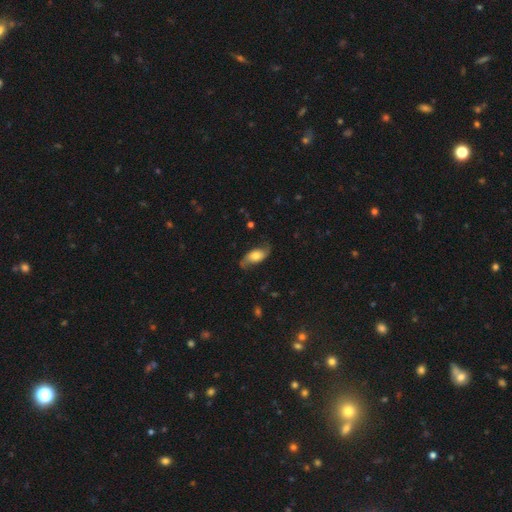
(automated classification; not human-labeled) Smooth or featured?
  - featured or disk: 59% *
  - smooth: 34%
  - star or artifact: 7%
Edge-on disk?
  - no: 89% *
  - yes: 11%
Bar?
  - no: 70% *
  - weak: 23%
  - strong: 7%
Spiral arms?
  - yes: 87% *
  - no: 13%
Bulge size?
  - moderate: 55% *
  - large: 22%
  - small: 17%
  - dominant: 3%
  - none: 3%
Merging?
  - none: 71% *
  - minor disturbance: 20%
  - major disturbance: 8%
  - merger: 1%